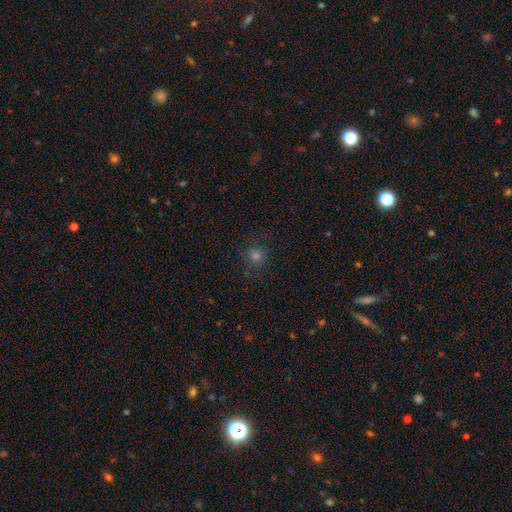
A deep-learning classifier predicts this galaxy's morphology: Q: Smooth or featured?
A: smooth (65%); runner-up: star or artifact (26%)
Q: How rounded?
A: round (92%); runner-up: in between (7%)
Q: Merging?
A: none (83%); runner-up: minor disturbance (10%)